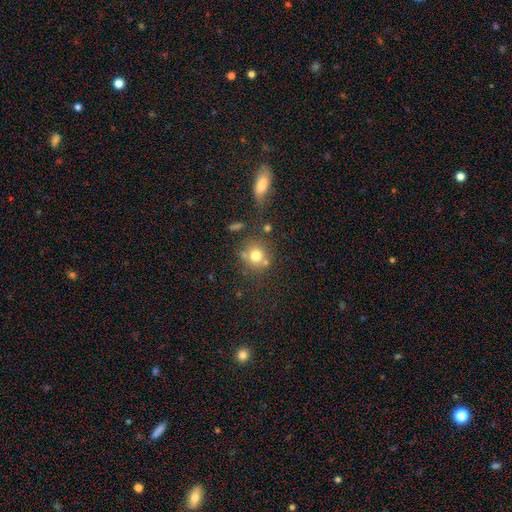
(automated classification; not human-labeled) smooth-or-featured: smooth: 74% | star or artifact: 13% | featured or disk: 13%
  how-rounded: round: 87% | in between: 12% | cigar-shaped: 1%
  merging: none: 65% | merger: 15% | minor disturbance: 14% | major disturbance: 6%